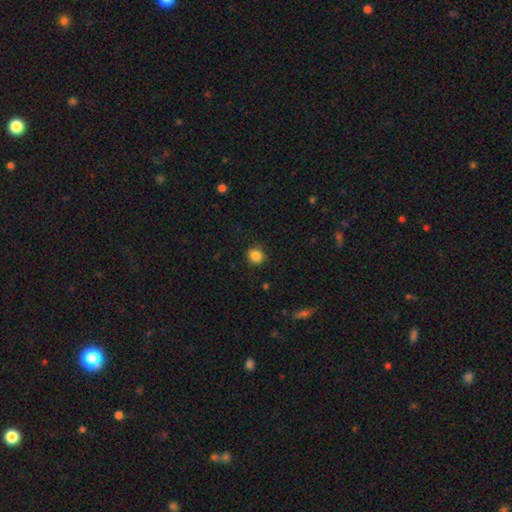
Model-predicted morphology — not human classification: smooth-or-featured: smooth: 87% | star or artifact: 10% | featured or disk: 3%
  how-rounded: round: 74% | in between: 25% | cigar-shaped: 1%
  merging: none: 84% | minor disturbance: 12% | major disturbance: 3% | merger: 1%